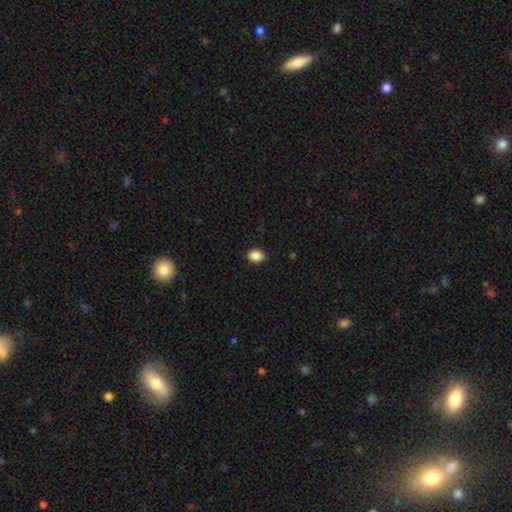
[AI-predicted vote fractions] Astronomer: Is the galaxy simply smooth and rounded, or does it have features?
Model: smooth — 88%.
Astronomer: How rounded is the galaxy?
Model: in between — 68%.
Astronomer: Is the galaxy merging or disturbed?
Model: none — 90%.